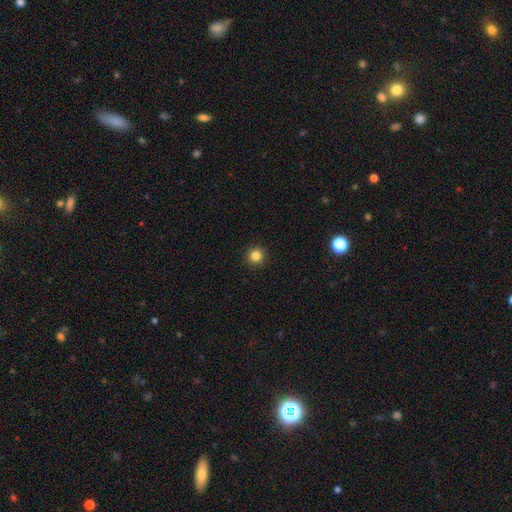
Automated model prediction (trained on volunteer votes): Smooth or featured: smooth — 84% (star or artifact — 12%)
How rounded: round — 94% (in between — 5%)
Merging: none — 93% (minor disturbance — 5%)